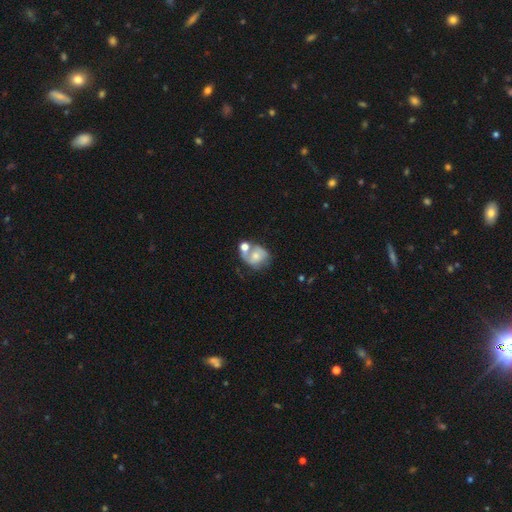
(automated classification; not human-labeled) Smooth or featured: featured or disk — 46% (smooth — 45%)
Merging: merger — 39% (none — 32%)